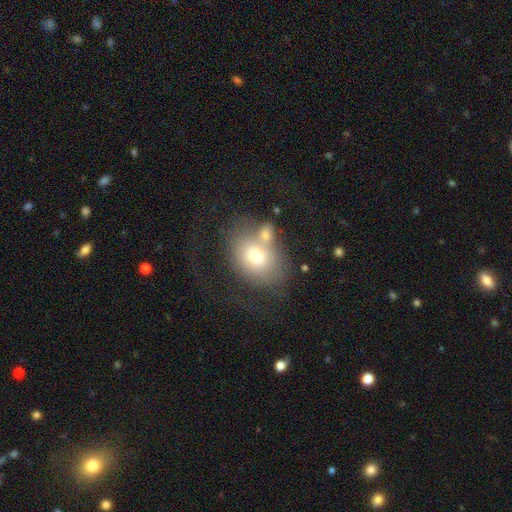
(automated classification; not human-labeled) A smooth galaxy with no disk features (68%) that is in between round and cigar-shaped (59%). Merging: none (35%).